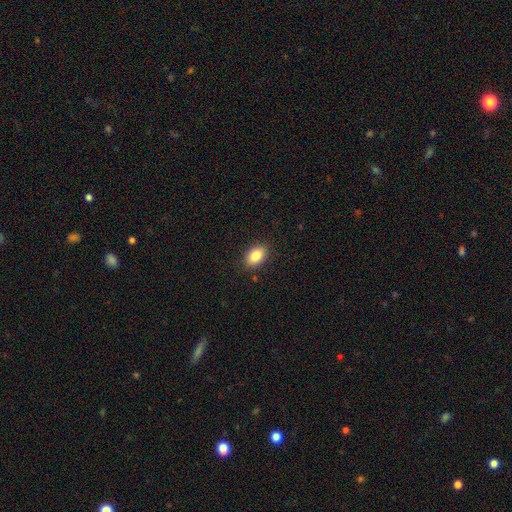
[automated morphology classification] smooth 85%, star or artifact 8%, featured or disk 7%. Down the decision tree: how rounded — in between (85%); merging — none (88%).